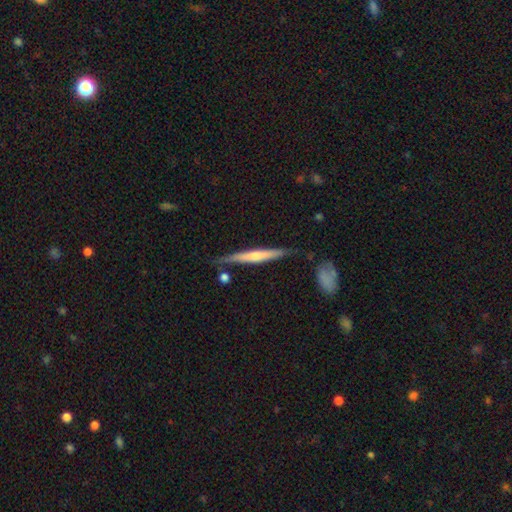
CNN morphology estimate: Overall: featured or disk (62%; smooth 32%). Edge-on disk: yes (97%). Edge-on bulge: rounded (61%; none 29%). Merging: none (82%).